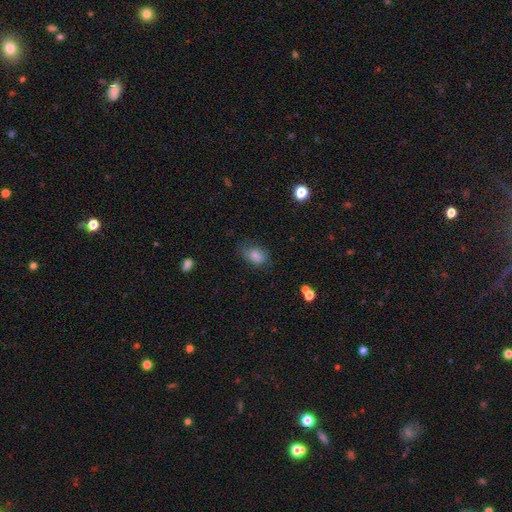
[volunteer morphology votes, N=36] Smooth or featured? 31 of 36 (86%) said smooth. How rounded? 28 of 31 (90%) said in between. Merging? 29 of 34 (85%) said none.